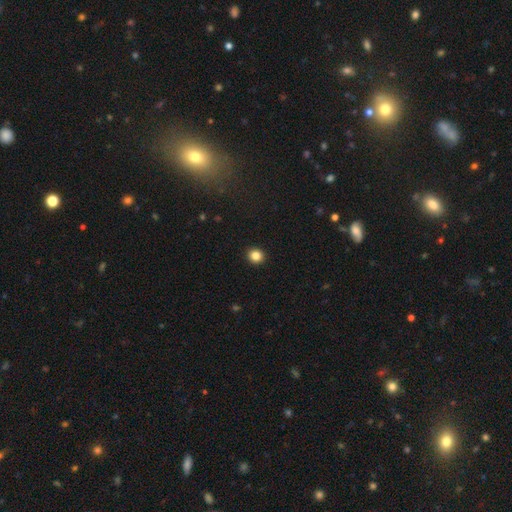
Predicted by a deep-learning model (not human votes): Q: Smooth or featured?
A: smooth (85%); runner-up: star or artifact (11%)
Q: How rounded?
A: round (89%); runner-up: in between (10%)
Q: Merging?
A: none (93%); runner-up: minor disturbance (4%)